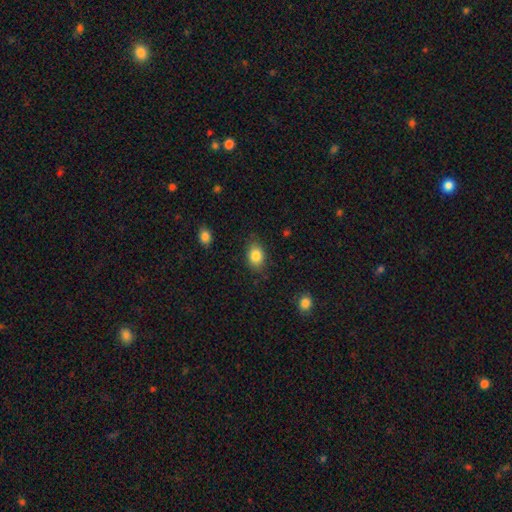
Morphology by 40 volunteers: This appears to be a smooth galaxy with no disk features (82%) that is in between round and cigar-shaped (85%). Merging: none (89%).